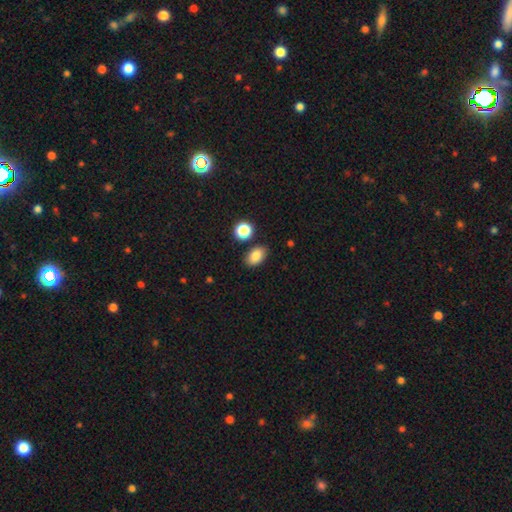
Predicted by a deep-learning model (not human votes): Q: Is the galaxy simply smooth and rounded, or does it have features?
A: smooth — 84%.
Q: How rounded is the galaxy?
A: in between — 86%.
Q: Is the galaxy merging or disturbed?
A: none — 83%.